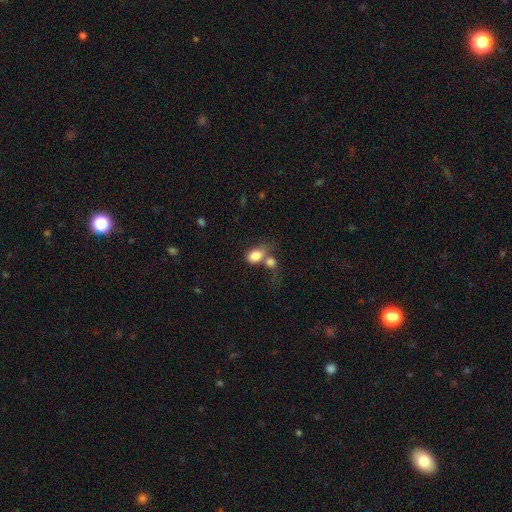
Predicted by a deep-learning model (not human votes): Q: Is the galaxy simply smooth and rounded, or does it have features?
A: smooth — 80%.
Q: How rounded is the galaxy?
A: in between — 76%.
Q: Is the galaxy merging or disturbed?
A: merger — 56%.